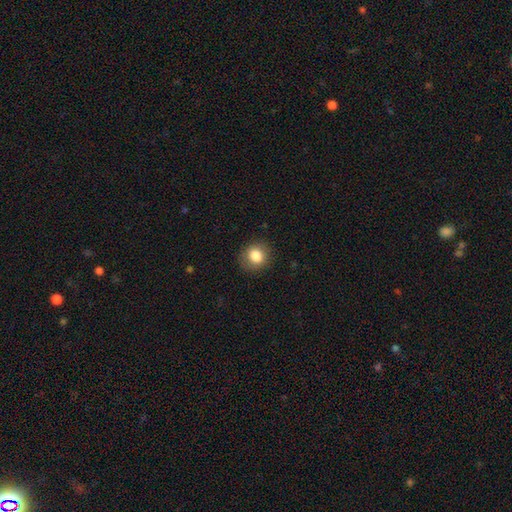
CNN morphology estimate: Smooth or featured? smooth (83%)
How rounded? round (85%)
Merging? none (86%)